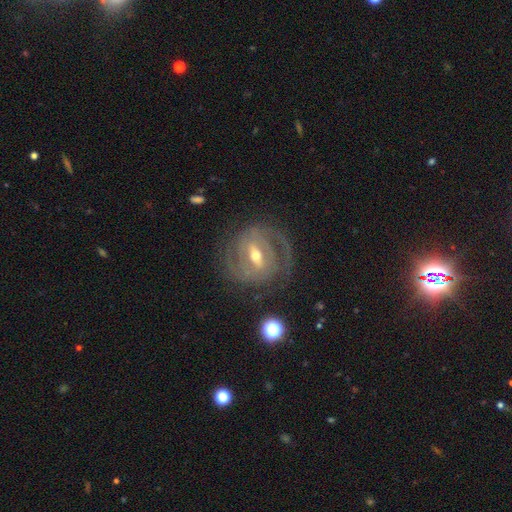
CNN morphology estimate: Smooth or featured?
  - featured or disk: 88% *
  - smooth: 7%
  - star or artifact: 5%
Edge-on disk?
  - no: 96% *
  - yes: 4%
Bar?
  - strong: 50% *
  - weak: 38%
  - no: 11%
Spiral arms?
  - yes: 93% *
  - no: 7%
Spiral winding?
  - tight: 59% *
  - medium: 33%
  - loose: 8%
Spiral arm count?
  - 2: 56% *
  - can't tell: 18%
  - 3: 13%
  - 1: 5%
  - 4: 4%
  - more than 4: 3%
Bulge size?
  - moderate: 65% *
  - small: 30%
  - large: 3%
  - none: 1%
  - dominant: 1%
Merging?
  - none: 75% *
  - minor disturbance: 14%
  - major disturbance: 9%
  - merger: 2%